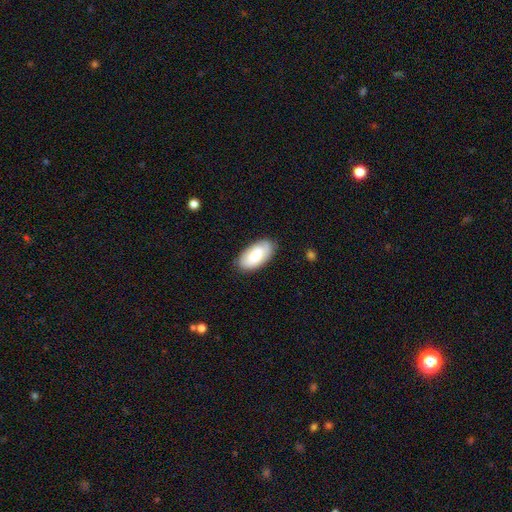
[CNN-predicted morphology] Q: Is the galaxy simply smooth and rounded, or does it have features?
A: smooth — 75%.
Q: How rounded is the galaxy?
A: in between — 95%.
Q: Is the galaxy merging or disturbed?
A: none — 83%.